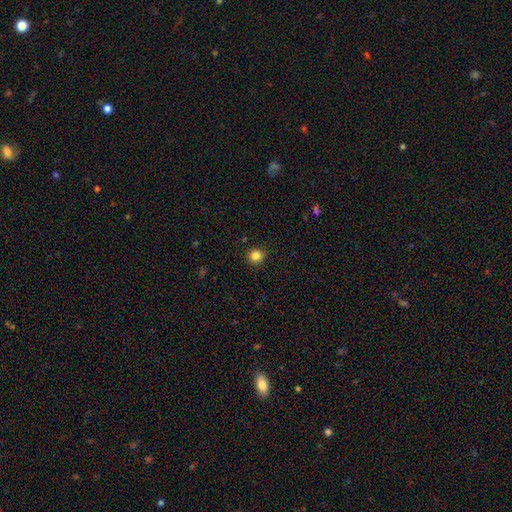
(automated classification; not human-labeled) Smooth or featured? smooth (84%)
How rounded? round (90%)
Merging? none (91%)